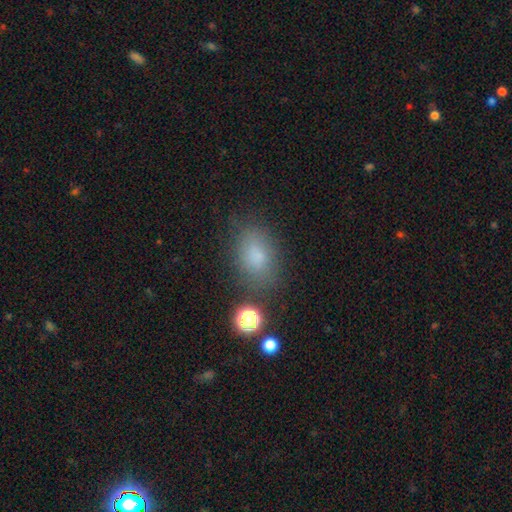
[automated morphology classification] Overall: smooth (77%). How rounded: in between (79%). Merging: none (76%).